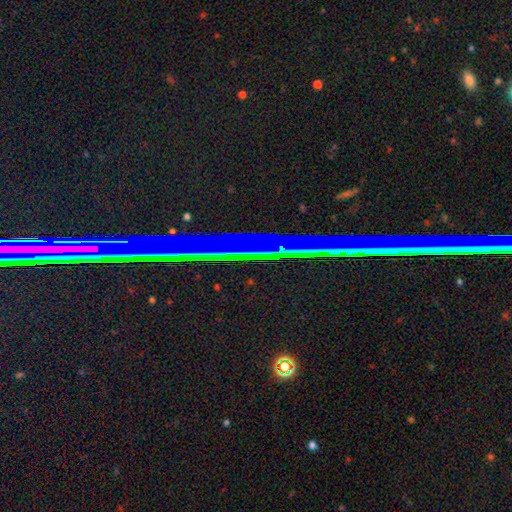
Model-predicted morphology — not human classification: The model was most divided on "smooth or featured": star or artifact: 85%, featured or disk: 8%, smooth: 7%.